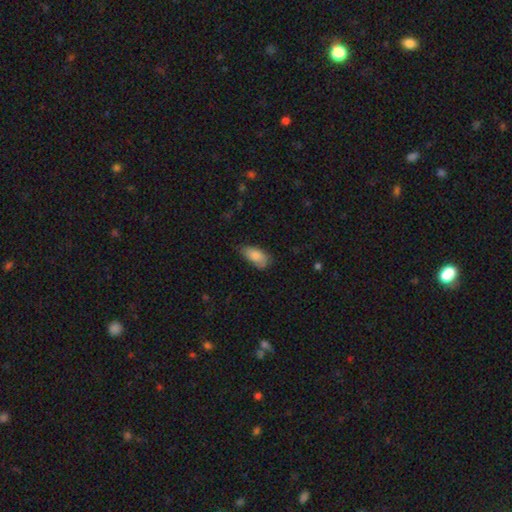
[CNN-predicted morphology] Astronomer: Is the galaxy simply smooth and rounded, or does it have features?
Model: smooth — 82%.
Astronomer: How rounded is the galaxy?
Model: in between — 92%.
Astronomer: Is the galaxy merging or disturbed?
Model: none — 59%.